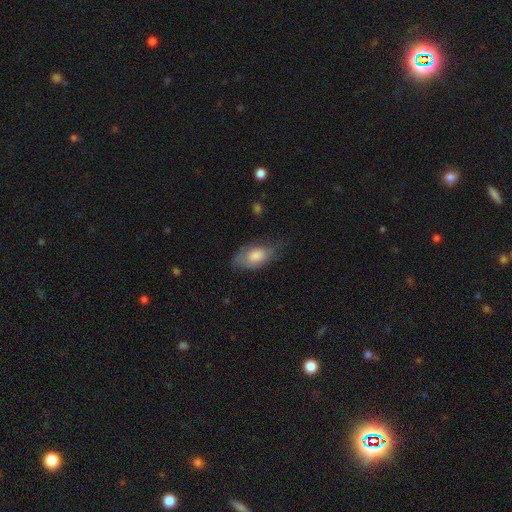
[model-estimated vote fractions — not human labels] A smooth galaxy with no disk features (64%) that is in between round and cigar-shaped (90%). Merging: none (51%).